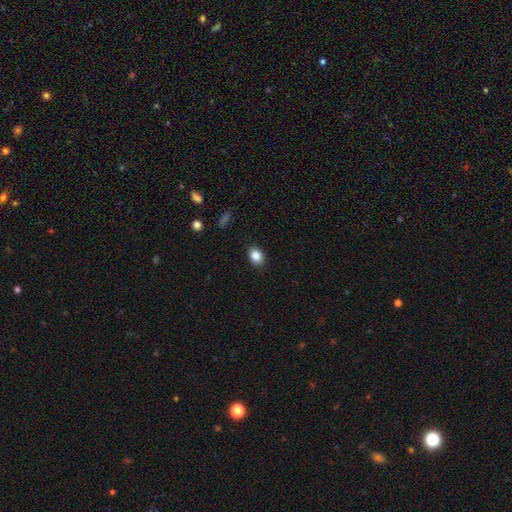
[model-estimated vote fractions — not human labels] Smooth or featured? smooth (86%)
How rounded? in between (68%)
Merging? none (88%)